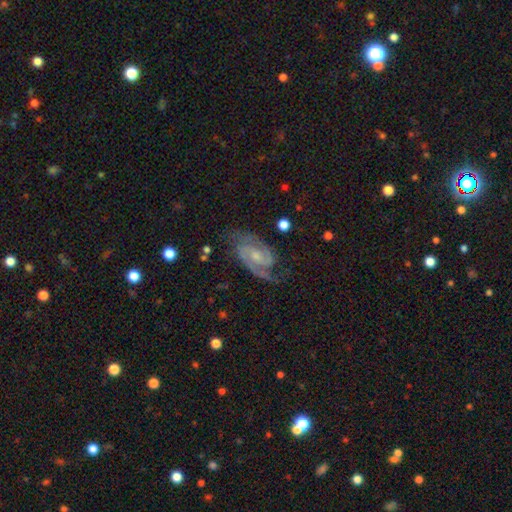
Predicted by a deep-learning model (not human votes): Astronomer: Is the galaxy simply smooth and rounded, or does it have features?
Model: featured or disk — 90%.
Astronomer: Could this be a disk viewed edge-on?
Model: no — 97%.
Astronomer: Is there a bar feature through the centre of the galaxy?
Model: weak — 44% (runner-up: no, 43%).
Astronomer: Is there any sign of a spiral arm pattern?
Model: yes — 98%.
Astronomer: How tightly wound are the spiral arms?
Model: medium — 50% (runner-up: tight, 40%).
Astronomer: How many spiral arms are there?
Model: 2 — 91%.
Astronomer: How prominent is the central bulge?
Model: small — 57% (runner-up: moderate, 34%).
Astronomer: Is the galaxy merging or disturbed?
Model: none — 75%.